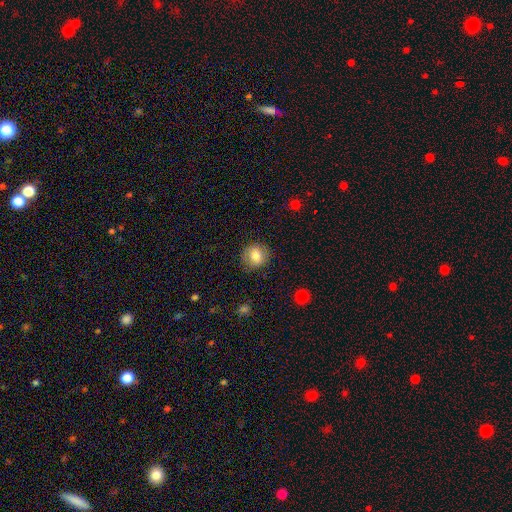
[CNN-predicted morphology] This appears to be a smooth galaxy with no disk features (78%) that is round (82%). Merging: none (84%).